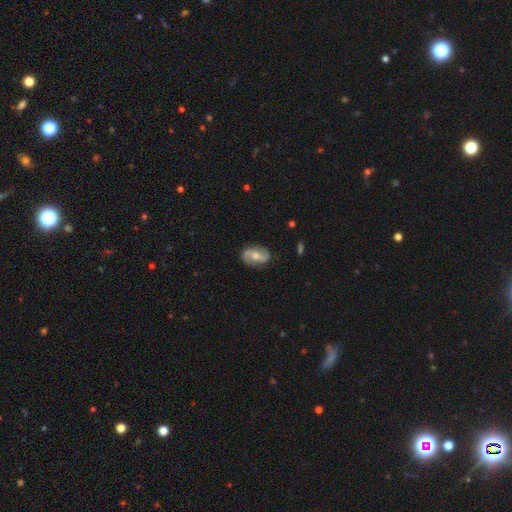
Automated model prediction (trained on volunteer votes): Smooth or featured? Predicted: featured or disk (p=0.75). Edge-on disk? Predicted: no (p=0.96). Bar? Predicted: no (p=0.48). Spiral arms? Predicted: yes (p=0.91). Spiral winding? Predicted: medium (p=0.41). Spiral arm count? Predicted: 2 (p=0.91). Bulge size? Predicted: moderate (p=0.67). Merging? Predicted: none (p=0.83).